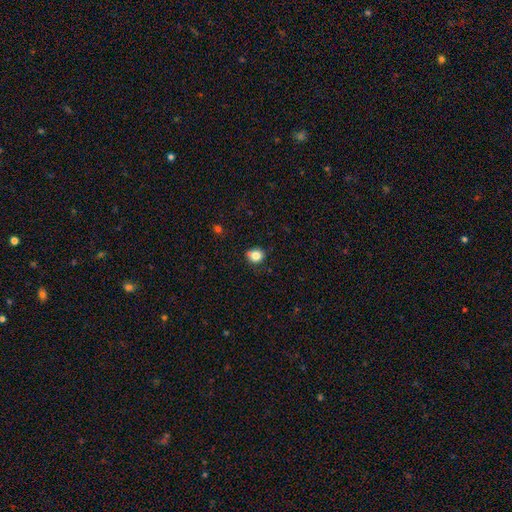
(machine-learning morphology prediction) smooth-or-featured: smooth: 82% | star or artifact: 12% | featured or disk: 7%
  how-rounded: round: 82% | in between: 17% | cigar-shaped: 1%
  merging: none: 79% | minor disturbance: 14% | merger: 4% | major disturbance: 3%